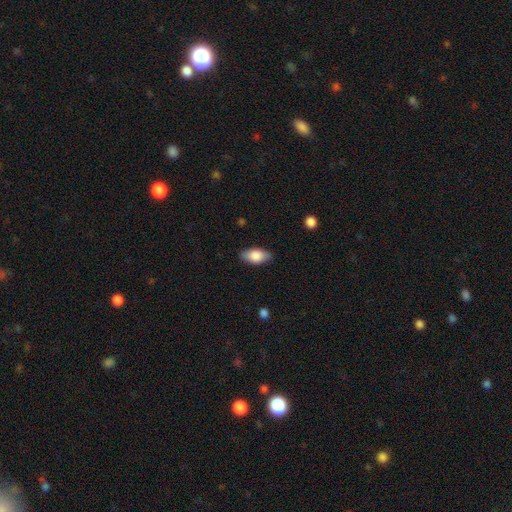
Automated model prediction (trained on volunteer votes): Smooth or featured? smooth (81%)
How rounded? in between (91%)
Merging? none (85%)